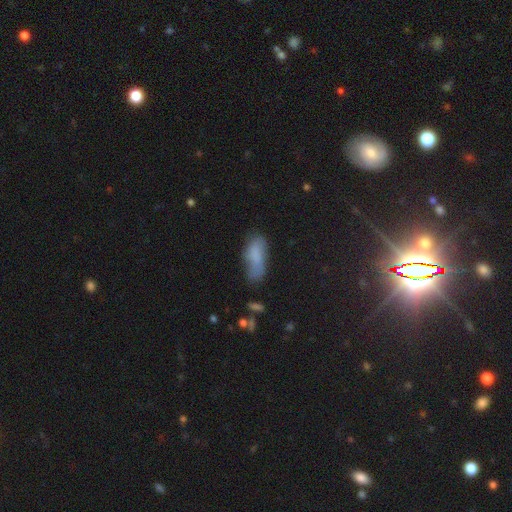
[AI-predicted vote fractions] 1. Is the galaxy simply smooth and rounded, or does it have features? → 76% smooth, 15% featured or disk, 9% star or artifact.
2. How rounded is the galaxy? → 76% in between, 21% cigar-shaped, 2% round.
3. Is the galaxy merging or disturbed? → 50% none, 32% minor disturbance, 13% major disturbance, 5% merger.